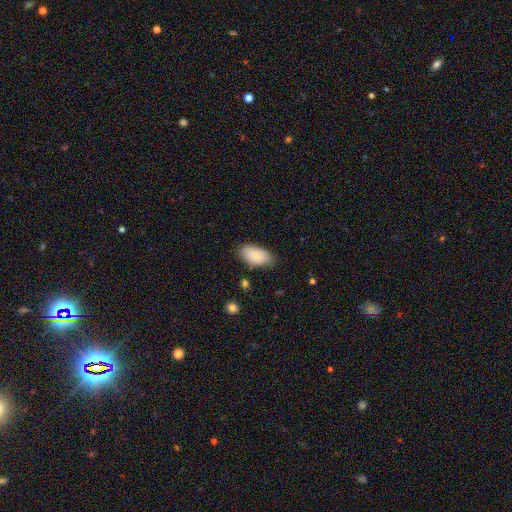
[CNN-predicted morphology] Smooth or featured?
  - smooth: 81% *
  - featured or disk: 12%
  - star or artifact: 7%
How rounded?
  - in between: 94% *
  - round: 4%
  - cigar-shaped: 2%
Merging?
  - none: 75% *
  - minor disturbance: 19%
  - major disturbance: 4%
  - merger: 2%